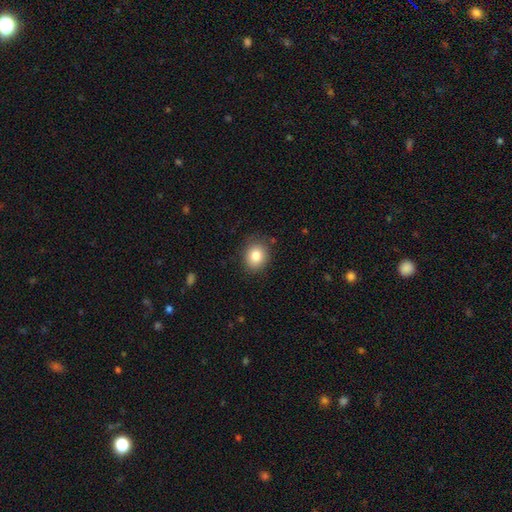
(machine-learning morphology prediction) A smooth galaxy with no disk features (83%) that is round (66%). Merging: none (84%).